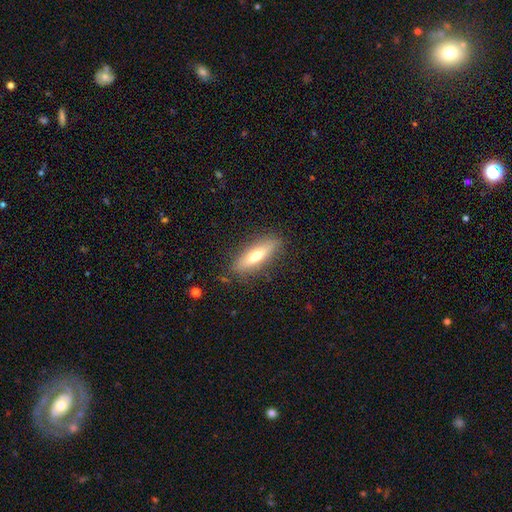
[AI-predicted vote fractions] smooth-or-featured: smooth: 60% | featured or disk: 33% | star or artifact: 7%
  how-rounded: cigar-shaped: 60% | in between: 38% | round: 2%
  merging: none: 85% | minor disturbance: 11% | major disturbance: 3% | merger: 1%